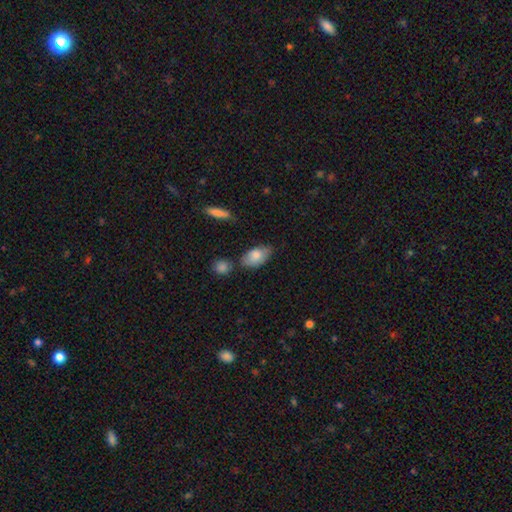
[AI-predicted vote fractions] Smooth or featured: smooth — 78% (featured or disk — 16%)
How rounded: in between — 92% (round — 5%)
Merging: none — 60% (minor disturbance — 26%)